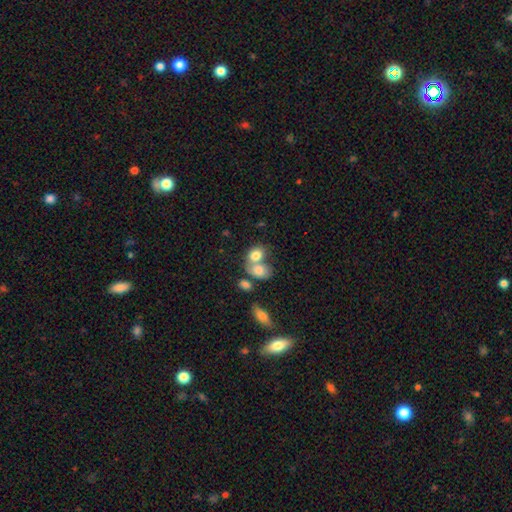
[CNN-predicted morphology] This is likely a smooth galaxy (77%). How rounded: likely in between (63%). Merging: possibly merger (57%).